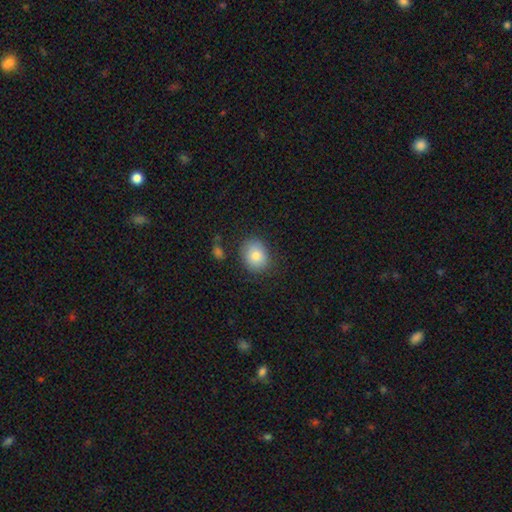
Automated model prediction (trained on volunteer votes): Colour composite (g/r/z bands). It shows a smooth galaxy with no disk features (80%) that is round (59%). Merging: none (81%).